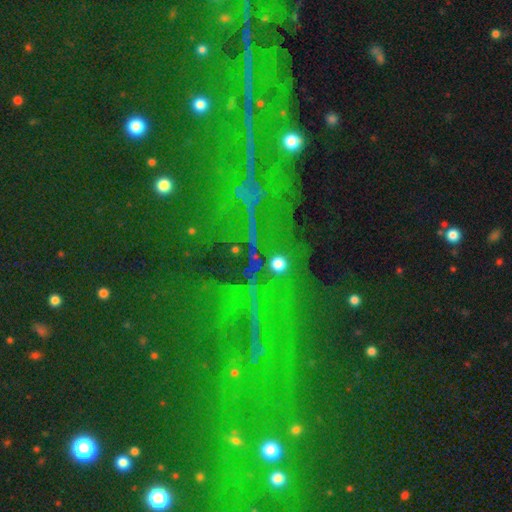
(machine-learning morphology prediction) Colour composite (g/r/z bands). It shows a star or artifact, not a galaxy (82%).